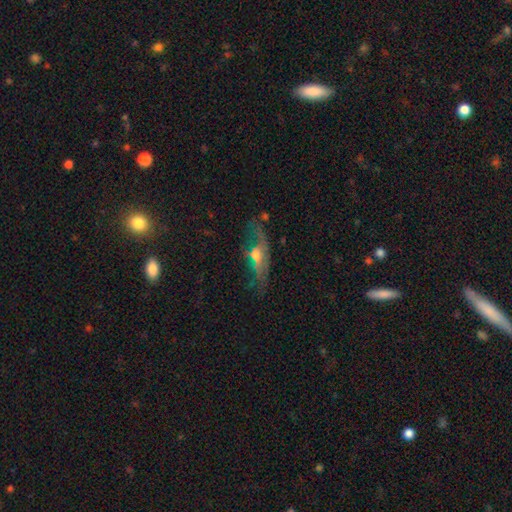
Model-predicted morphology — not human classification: smooth_or_featured: featured or disk (p=0.60) [alt: smooth p=0.27]
disk_edge_on: no (p=0.54) [alt: yes p=0.46]
merging: none (p=0.50) [alt: minor disturbance p=0.24]